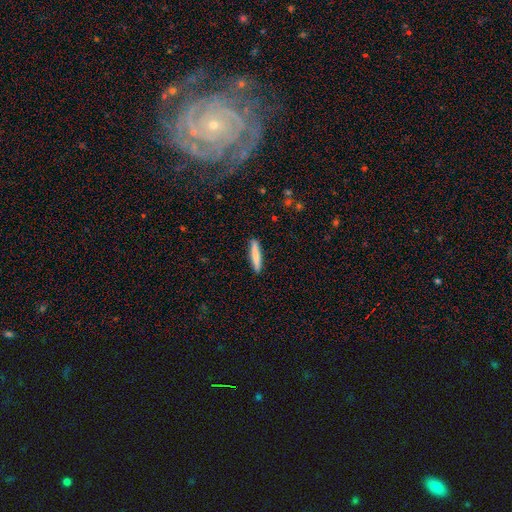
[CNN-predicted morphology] Overall: smooth (78%). How rounded: cigar-shaped (92%). Merging: none (90%).